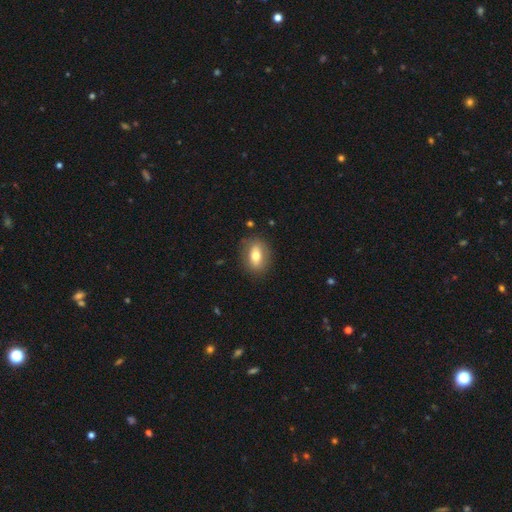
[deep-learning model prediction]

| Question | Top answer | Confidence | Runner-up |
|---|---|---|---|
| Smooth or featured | smooth | 66% | featured or disk (26%) |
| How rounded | in between | 76% | round (19%) |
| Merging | none | 83% | minor disturbance (12%) |